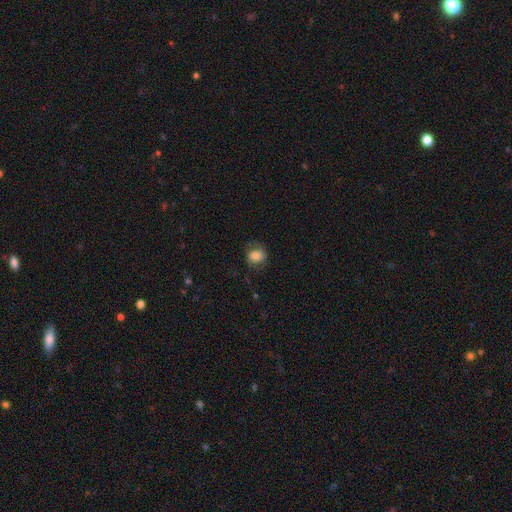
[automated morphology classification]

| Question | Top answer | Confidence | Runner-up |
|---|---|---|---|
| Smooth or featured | smooth | 68% | featured or disk (23%) |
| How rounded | round | 57% | in between (42%) |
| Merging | none | 64% | minor disturbance (21%) |